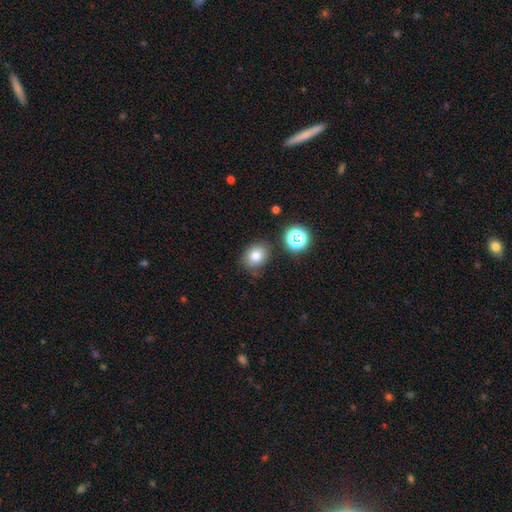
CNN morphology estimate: Q: Smooth or featured?
A: smooth (78%); runner-up: star or artifact (13%)
Q: How rounded?
A: round (54%); runner-up: in between (45%)
Q: Merging?
A: none (78%); runner-up: minor disturbance (14%)